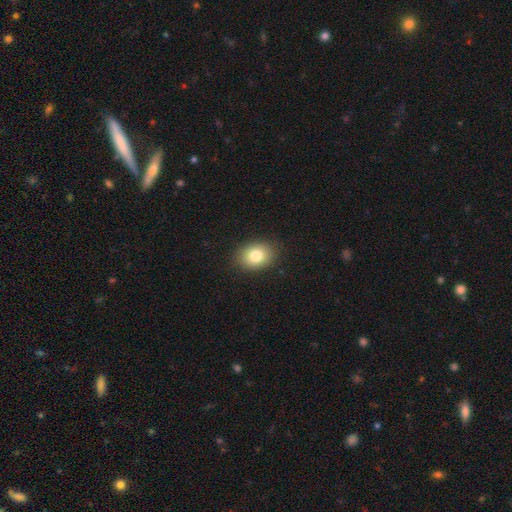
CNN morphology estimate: smooth-or-featured: smooth: 82% | star or artifact: 9% | featured or disk: 9%
  how-rounded: in between: 66% | round: 33% | cigar-shaped: 1%
  merging: none: 87% | minor disturbance: 9% | major disturbance: 2% | merger: 1%